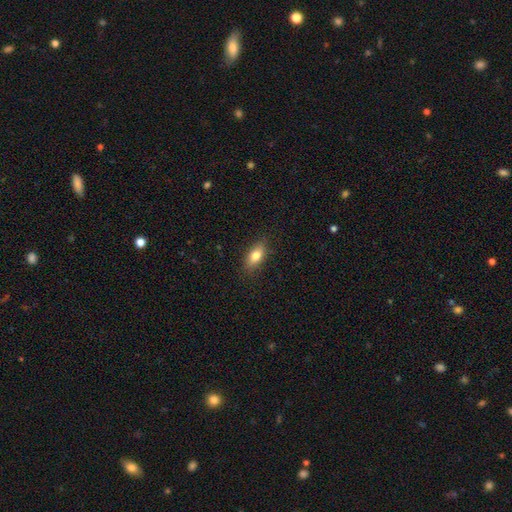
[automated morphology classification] smooth-or-featured: smooth: 79% | featured or disk: 13% | star or artifact: 8%
  how-rounded: in between: 84% | cigar-shaped: 10% | round: 6%
  merging: none: 84% | minor disturbance: 12% | major disturbance: 3% | merger: 1%